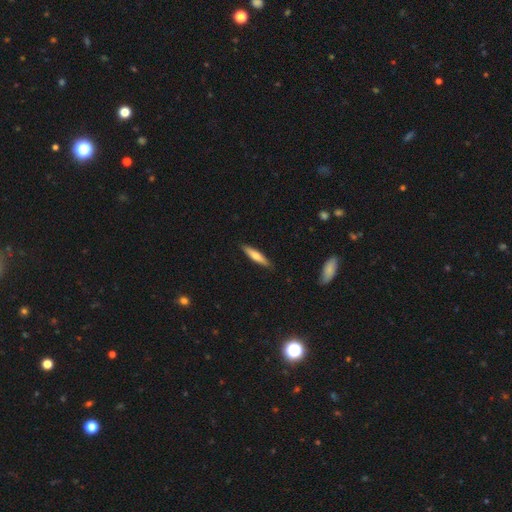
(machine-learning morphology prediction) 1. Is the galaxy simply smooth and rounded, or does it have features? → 60% smooth, 34% featured or disk, 5% star or artifact.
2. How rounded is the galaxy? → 85% cigar-shaped, 13% in between, 1% round.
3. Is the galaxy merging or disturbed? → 89% none, 8% minor disturbance, 2% major disturbance, 1% merger.